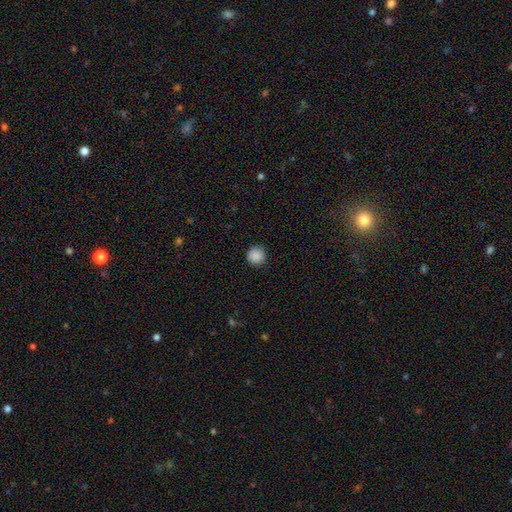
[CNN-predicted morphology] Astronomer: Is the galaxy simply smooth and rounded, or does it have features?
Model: smooth — 89%.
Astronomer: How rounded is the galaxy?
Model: round — 95%.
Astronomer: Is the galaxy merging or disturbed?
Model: none — 92%.